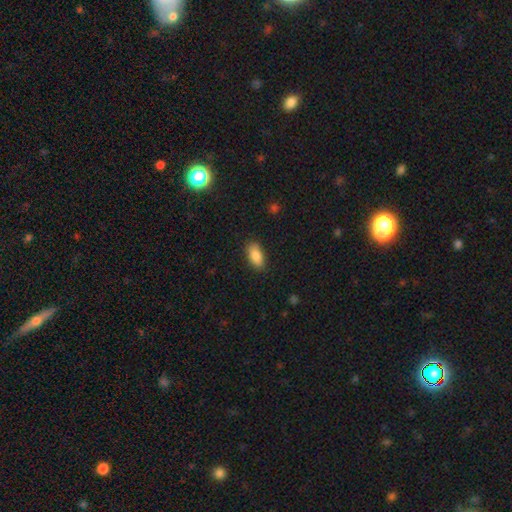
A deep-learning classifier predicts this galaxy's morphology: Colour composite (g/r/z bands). It shows a smooth galaxy with no disk features (88%) that is in between round and cigar-shaped (91%). Merging: none (86%).